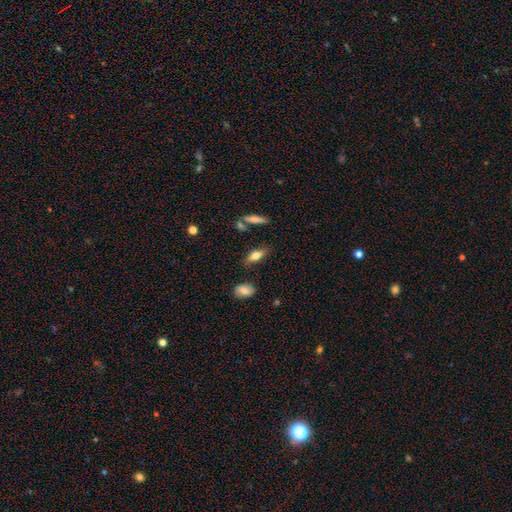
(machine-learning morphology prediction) This appears to be a smooth galaxy with no disk features (69%) that is in between round and cigar-shaped (69%). Merging: none (77%).